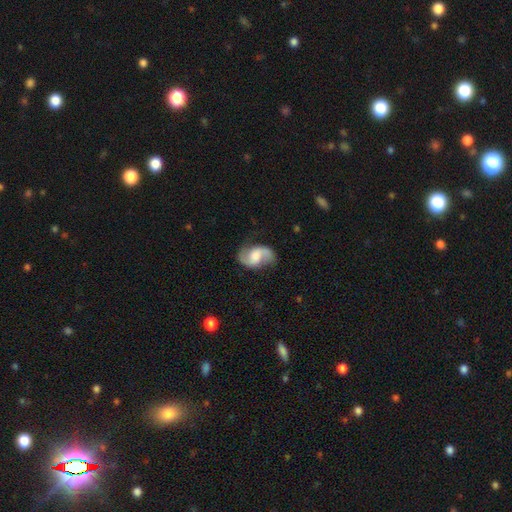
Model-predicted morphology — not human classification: smooth-or-featured: featured or disk: 81% | smooth: 13% | star or artifact: 6%
  disk-edge-on: no: 98% | yes: 2%
    bar: no: 46% | weak: 44% | strong: 11%
    has-spiral-arms: yes: 96% | no: 4%
      spiral-winding: loose: 48% | medium: 42% | tight: 10%
      spiral-arm-count: 2: 92% | can't tell: 2% | 1: 2% | 3: 1% | 4: 1% | more than 4: 1%
    bulge-size: moderate: 42% | large: 23% | small: 18% | none: 14% | dominant: 3%
  merging: none: 75% | minor disturbance: 17% | major disturbance: 6% | merger: 1%